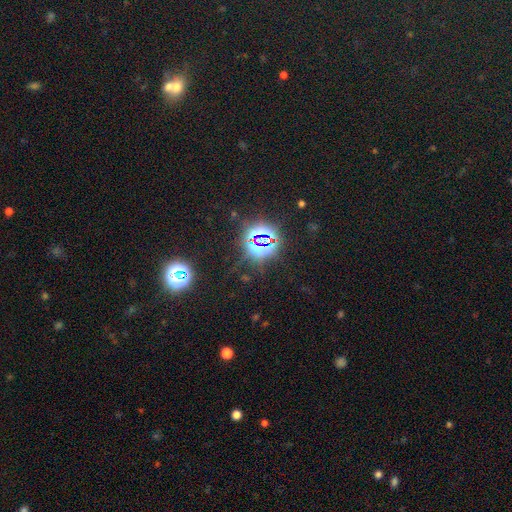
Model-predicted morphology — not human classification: Overall: star or artifact (78%).